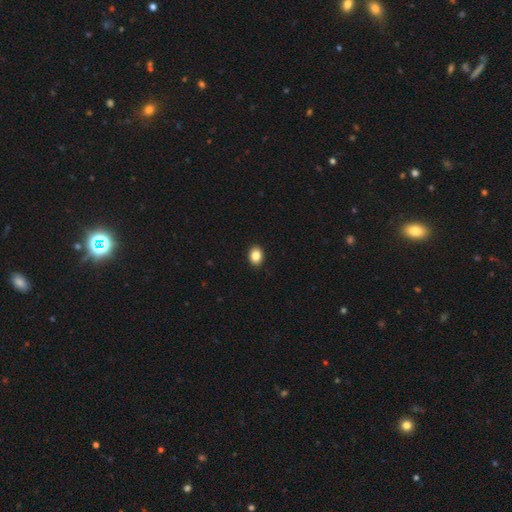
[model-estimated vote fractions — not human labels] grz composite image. It shows a smooth galaxy with no disk features (85%) that is in between round and cigar-shaped (61%). Merging: none (92%).